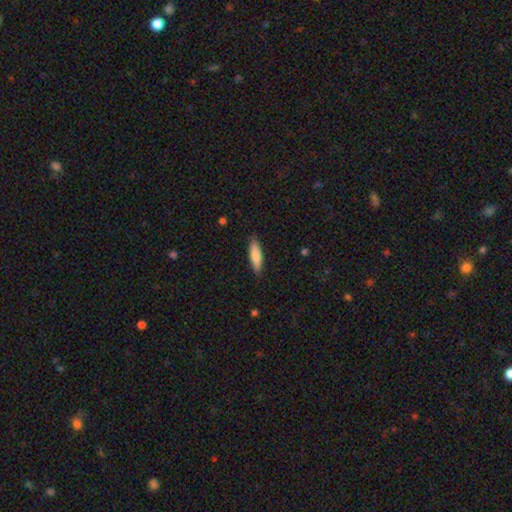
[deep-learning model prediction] This appears to be a smooth galaxy with no disk features (81%) that is cigar-shaped (65%). Merging: none (88%).